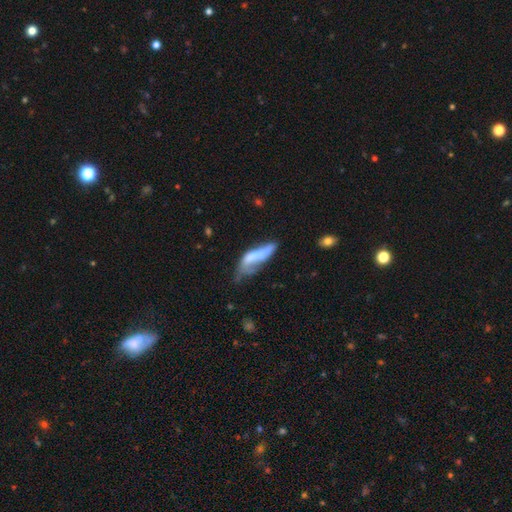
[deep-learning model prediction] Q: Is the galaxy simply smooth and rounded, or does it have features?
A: smooth — 55%.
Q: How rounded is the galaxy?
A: cigar-shaped — 49%, tied with in between.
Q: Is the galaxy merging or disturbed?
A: minor disturbance — 32%, tied with major disturbance.